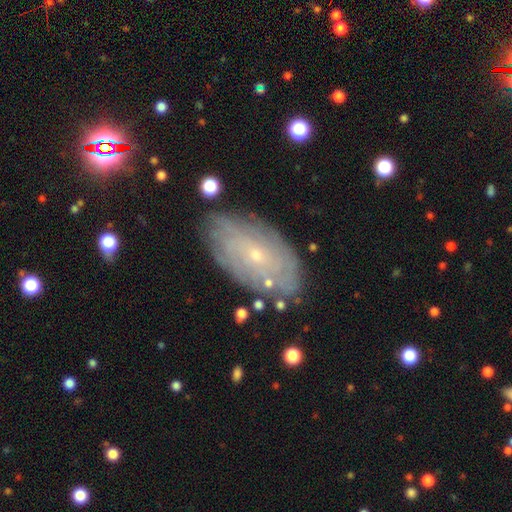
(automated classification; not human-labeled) featured or disk 63%, smooth 29%, star or artifact 9%. Down the decision tree: edge-on disk — no (91%); bar — no (82%); spiral arms — yes (70%); bulge size — small (85%); merging — none (80%).